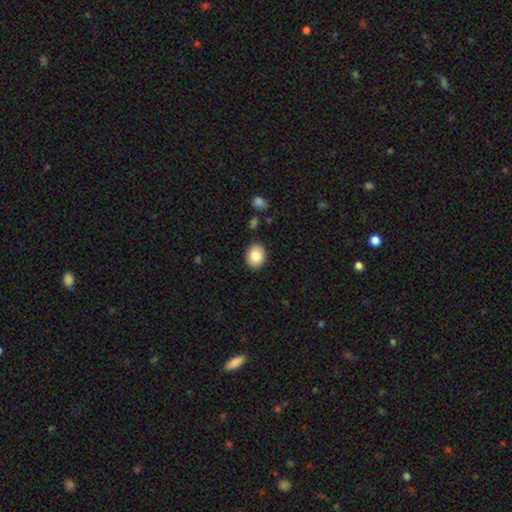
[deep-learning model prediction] Q: Smooth or featured?
A: smooth (83%); runner-up: featured or disk (9%)
Q: How rounded?
A: in between (52%); runner-up: round (47%)
Q: Merging?
A: none (89%); runner-up: minor disturbance (8%)